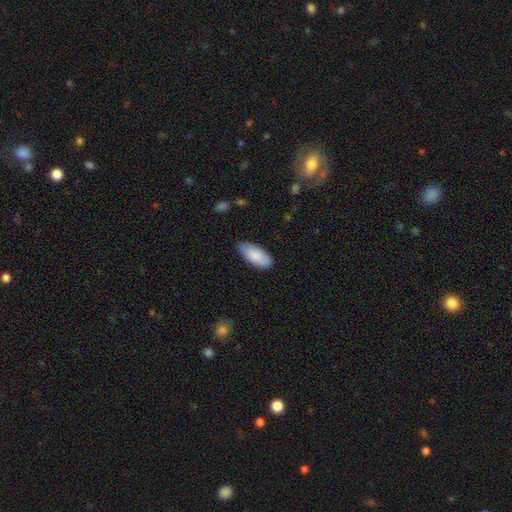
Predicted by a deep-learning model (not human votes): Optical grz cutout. It shows a smooth galaxy with no disk features (86%) that is in between round and cigar-shaped (90%). Merging: none (76%).